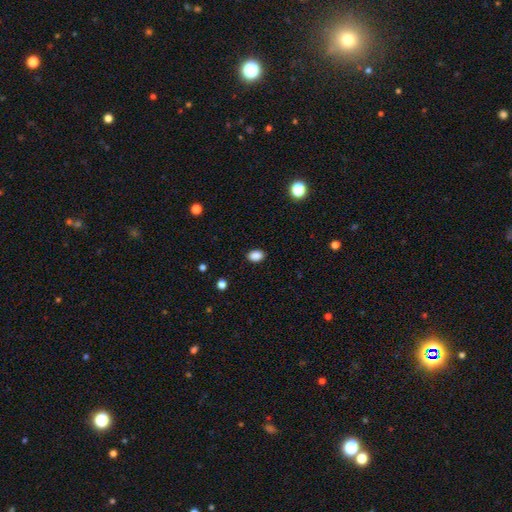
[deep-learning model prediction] smooth 88%, star or artifact 9%, featured or disk 3%. Down the decision tree: how rounded — in between (81%); merging — none (89%).